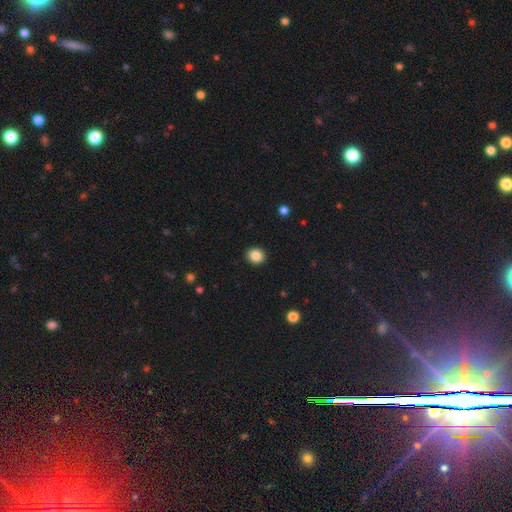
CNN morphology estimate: Overall: smooth (86%). How rounded: round (78%). Merging: none (92%).